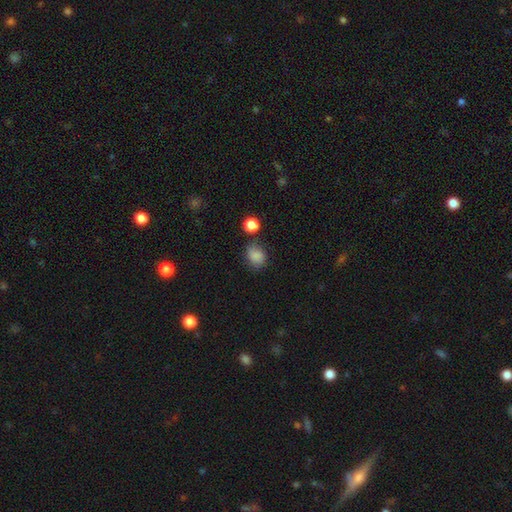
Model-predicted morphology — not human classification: A smooth galaxy with no disk features (83%) that is round (58%).

Vote fractions:
- Smooth or featured? smooth: 83% / star or artifact: 11% / featured or disk: 6%
- How rounded? round: 58% / in between: 41% / cigar-shaped: 1%
- Merging? none: 67% / minor disturbance: 21% / major disturbance: 6% / merger: 6%